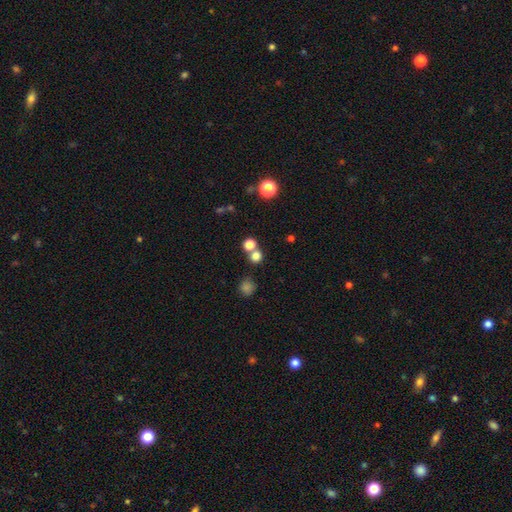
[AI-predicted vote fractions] Smooth or featured?
  - smooth: 75% *
  - star or artifact: 18%
  - featured or disk: 7%
How rounded?
  - round: 87% *
  - in between: 12%
  - cigar-shaped: 1%
Merging?
  - none: 61% *
  - merger: 29%
  - minor disturbance: 7%
  - major disturbance: 3%